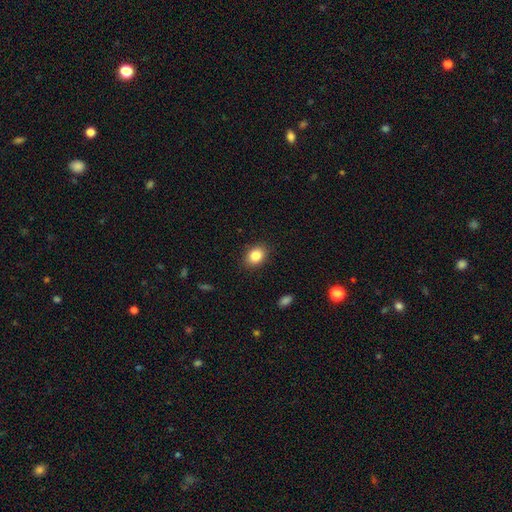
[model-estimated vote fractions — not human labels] A smooth galaxy with no disk features (85%) that is in between round and cigar-shaped (68%).

Vote fractions:
- Smooth or featured? smooth: 85% / star or artifact: 9% / featured or disk: 6%
- How rounded? in between: 68% / round: 31% / cigar-shaped: 1%
- Merging? none: 88% / minor disturbance: 9% / major disturbance: 2% / merger: 1%